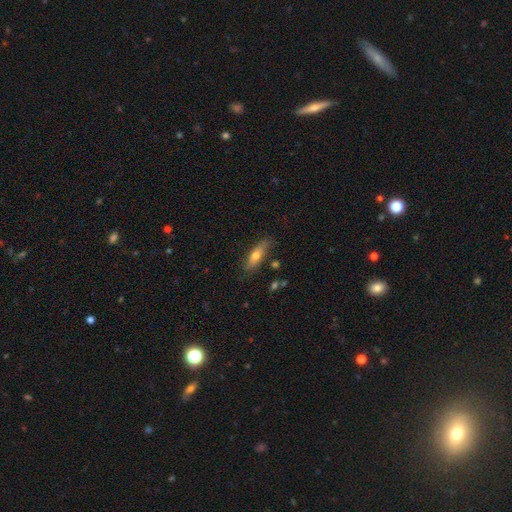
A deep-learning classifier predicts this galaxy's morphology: This appears to be a smooth galaxy with no disk features (63%) that is cigar-shaped (49%). Merging: none (74%).